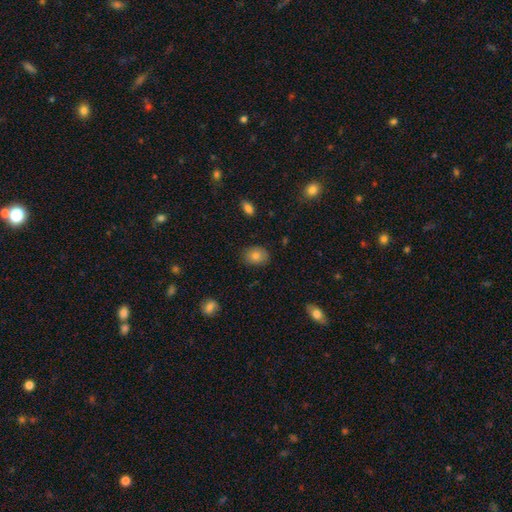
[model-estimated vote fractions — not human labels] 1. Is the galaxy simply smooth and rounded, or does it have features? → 79% smooth, 12% featured or disk, 9% star or artifact.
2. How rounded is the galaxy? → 55% in between, 44% round, 1% cigar-shaped.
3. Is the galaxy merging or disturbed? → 81% none, 14% minor disturbance, 3% major disturbance, 1% merger.